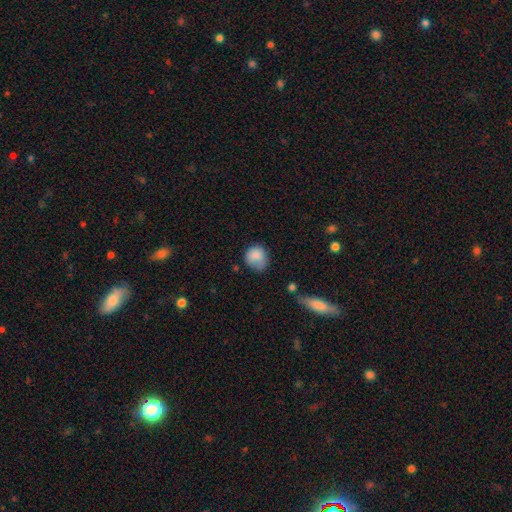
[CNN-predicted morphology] Smooth or featured? smooth (83%)
How rounded? round (72%)
Merging? none (52%)